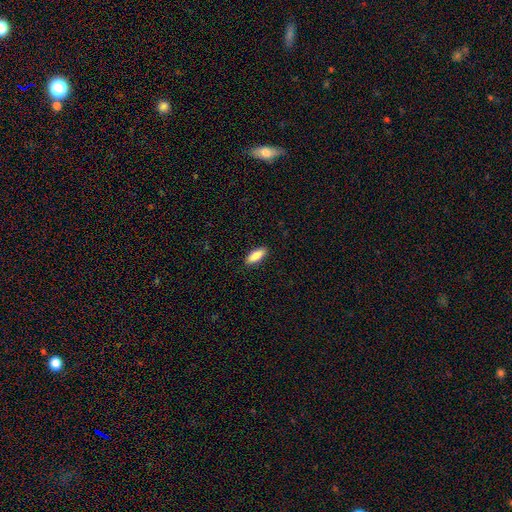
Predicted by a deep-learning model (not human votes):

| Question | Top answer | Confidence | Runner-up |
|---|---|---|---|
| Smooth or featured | smooth | 84% | featured or disk (10%) |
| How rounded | in between | 69% | cigar-shaped (29%) |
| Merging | none | 89% | minor disturbance (8%) |